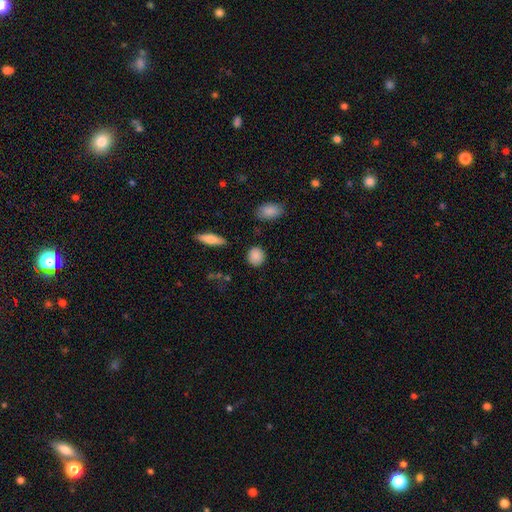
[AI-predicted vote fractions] smooth_or_featured: smooth (p=0.88) [alt: star or artifact p=0.08]
how_rounded: round (p=0.80) [alt: in between p=0.18]
merging: none (p=0.87) [alt: minor disturbance p=0.09]